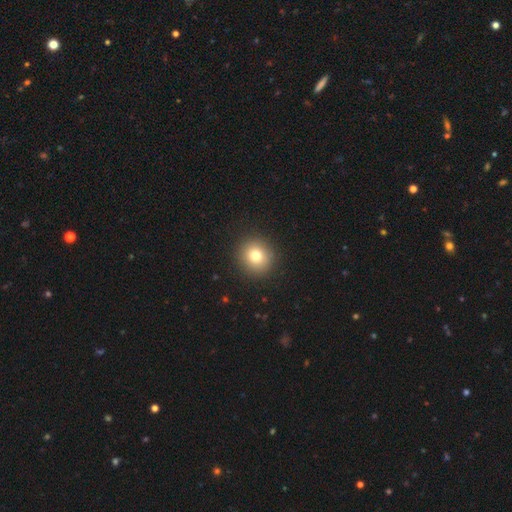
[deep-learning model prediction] Q: Smooth or featured?
A: smooth (77%); runner-up: star or artifact (13%)
Q: How rounded?
A: round (91%); runner-up: in between (8%)
Q: Merging?
A: none (91%); runner-up: minor disturbance (5%)